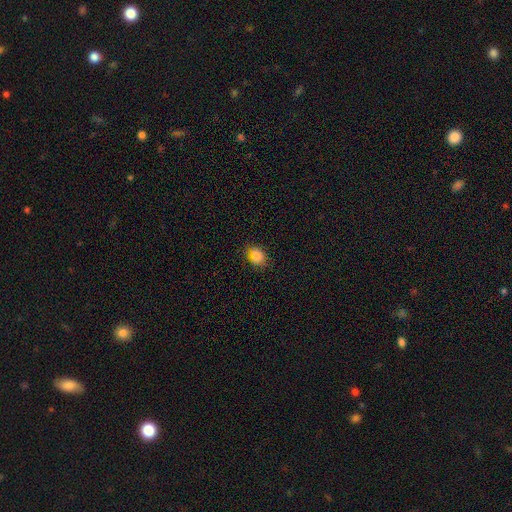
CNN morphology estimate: Q: Smooth or featured?
A: smooth (85%); runner-up: star or artifact (10%)
Q: How rounded?
A: in between (58%); runner-up: round (41%)
Q: Merging?
A: none (82%); runner-up: minor disturbance (14%)